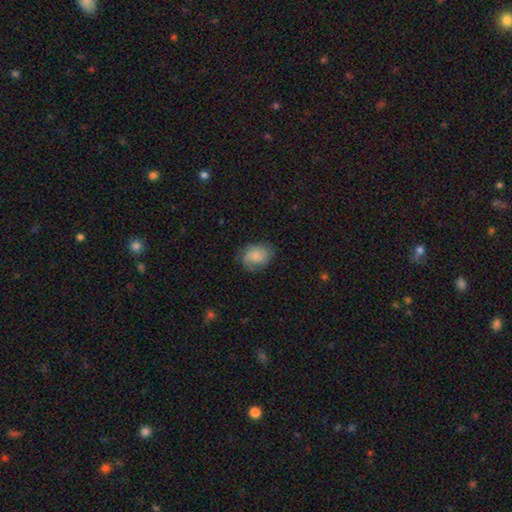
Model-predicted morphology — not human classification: A smooth galaxy with no disk features (64%) that is in between round and cigar-shaped (58%).

Vote fractions:
- Smooth or featured? smooth: 64% / featured or disk: 29% / star or artifact: 8%
- How rounded? in between: 58% / round: 41% / cigar-shaped: 1%
- Merging? none: 68% / minor disturbance: 22% / major disturbance: 9% / merger: 1%